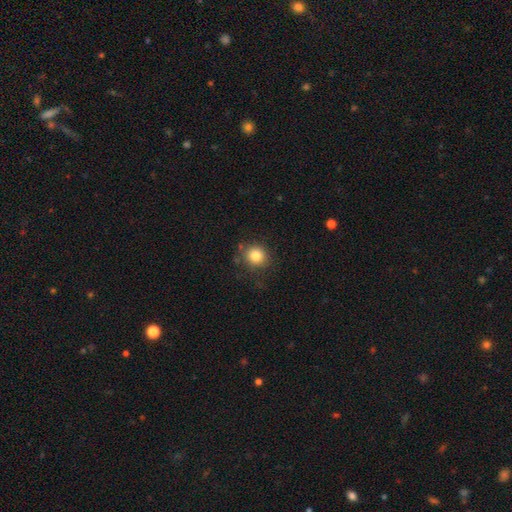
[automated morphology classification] Smooth or featured: smooth — 82% (star or artifact — 12%)
How rounded: round — 89% (in between — 10%)
Merging: none — 82% (minor disturbance — 12%)